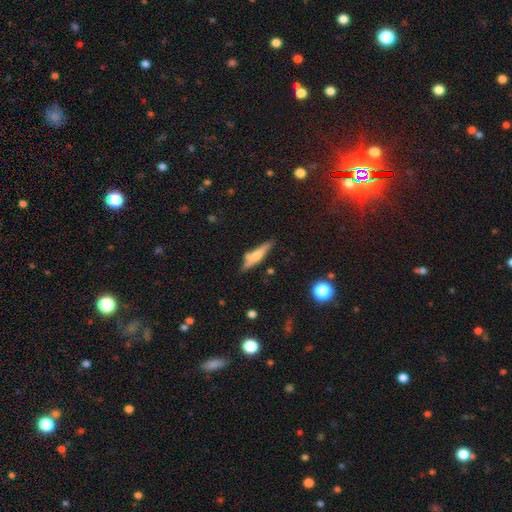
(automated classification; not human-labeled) smooth-or-featured: smooth: 49% | featured or disk: 44% | star or artifact: 7%
  merging: none: 65% | minor disturbance: 19% | merger: 10% | major disturbance: 5%